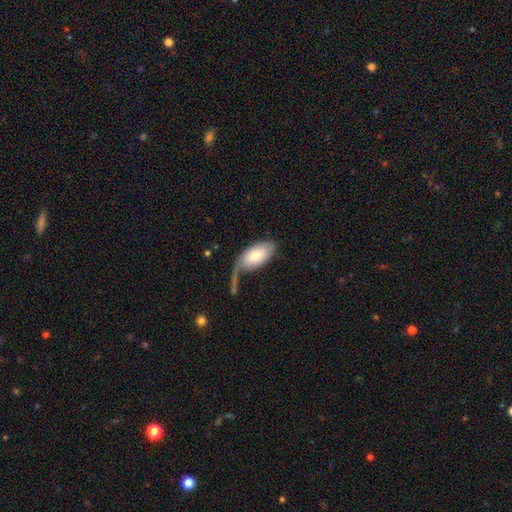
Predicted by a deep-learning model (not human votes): This is likely a smooth galaxy (77%). How rounded: clearly in between (94%). Merging: marginally none (41%).